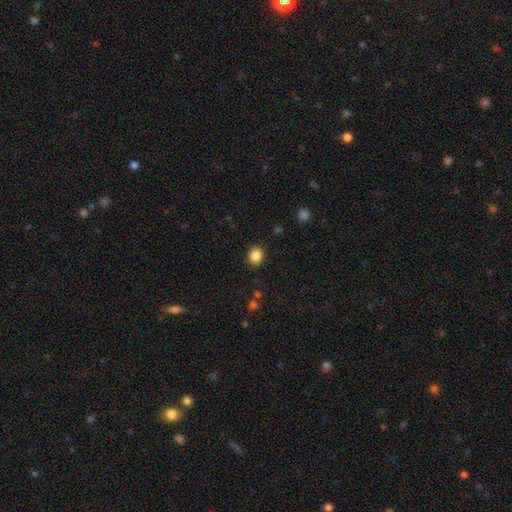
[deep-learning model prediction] Q: Smooth or featured?
A: smooth (86%); runner-up: star or artifact (10%)
Q: How rounded?
A: round (52%); runner-up: in between (48%)
Q: Merging?
A: none (88%); runner-up: minor disturbance (8%)